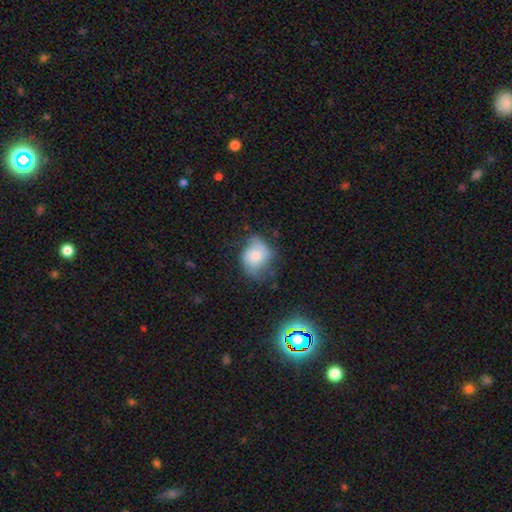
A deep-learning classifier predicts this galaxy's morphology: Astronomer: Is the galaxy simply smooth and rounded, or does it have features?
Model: smooth — 52% (runner-up: featured or disk, 39%).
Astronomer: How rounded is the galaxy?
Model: round — 52% (runner-up: in between, 47%).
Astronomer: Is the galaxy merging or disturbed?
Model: none — 48% (runner-up: minor disturbance, 32%).